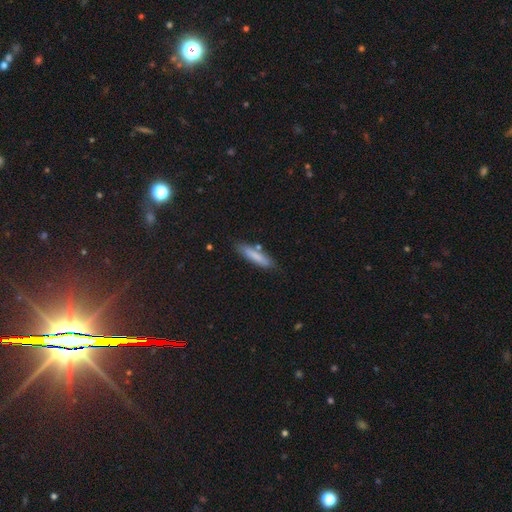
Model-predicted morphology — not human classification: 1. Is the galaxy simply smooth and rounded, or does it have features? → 79% smooth, 14% featured or disk, 6% star or artifact.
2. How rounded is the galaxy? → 80% cigar-shaped, 18% in between, 1% round.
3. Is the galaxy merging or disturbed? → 80% none, 13% minor disturbance, 4% merger, 3% major disturbance.